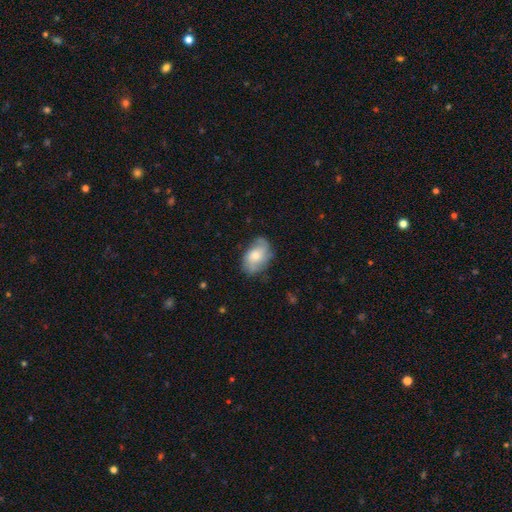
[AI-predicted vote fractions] Overall: smooth (50%; featured or disk 43%). How rounded: in between (88%). Merging: none (67%).